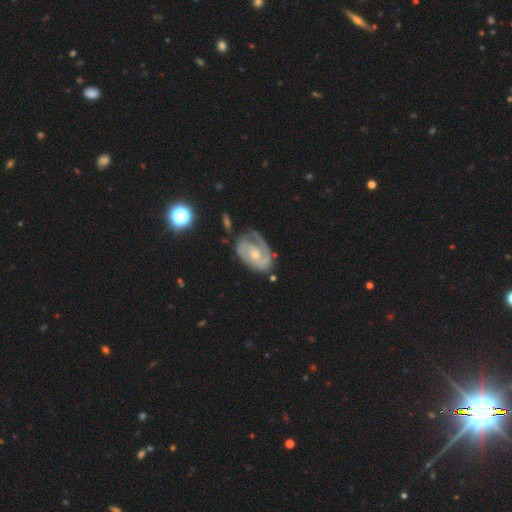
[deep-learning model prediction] featured or disk 81%, smooth 14%, star or artifact 5%. Down the decision tree: edge-on disk — no (97%); bar — no (60%); spiral arms — yes (89%); spiral arm count — 2 (42%); spiral winding — tight (57%); bulge size — small (49%); merging — none (57%).